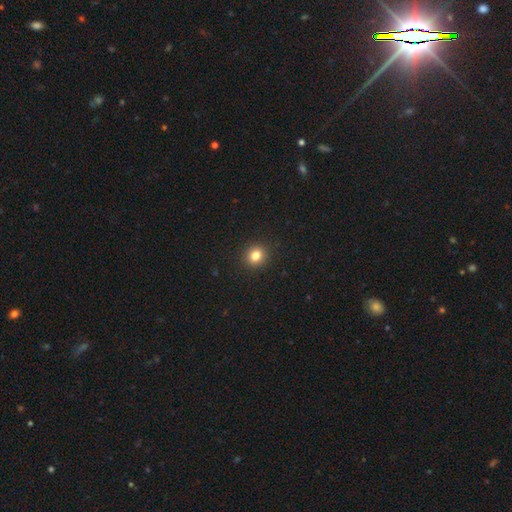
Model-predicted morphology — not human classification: Smooth or featured: smooth — 83% (star or artifact — 12%)
How rounded: round — 84% (in between — 15%)
Merging: none — 92% (minor disturbance — 5%)